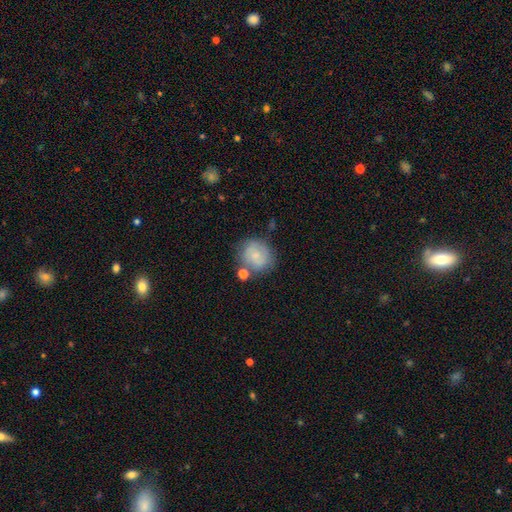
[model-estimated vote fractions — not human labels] Q: Smooth or featured?
A: smooth (55%); runner-up: featured or disk (36%)
Q: How rounded?
A: round (81%); runner-up: in between (18%)
Q: Merging?
A: none (65%); runner-up: minor disturbance (18%)